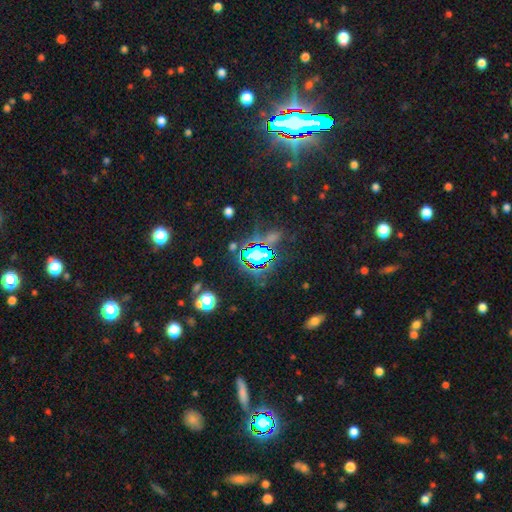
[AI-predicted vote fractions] The model was most divided on "smooth or featured": star or artifact: 68%, smooth: 19%, featured or disk: 12%.